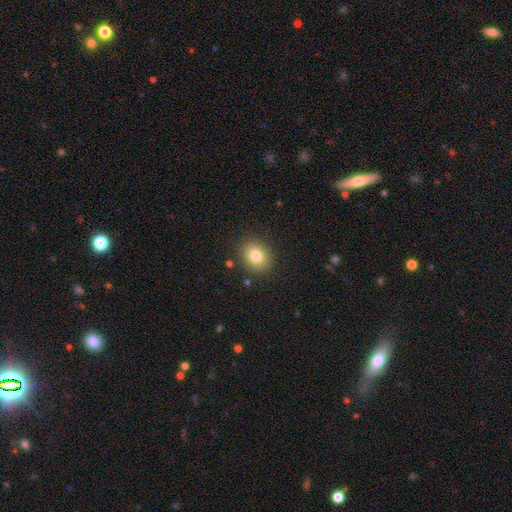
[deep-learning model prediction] Smooth or featured: smooth — 81% (star or artifact — 11%)
How rounded: round — 65% (in between — 34%)
Merging: none — 87% (minor disturbance — 9%)